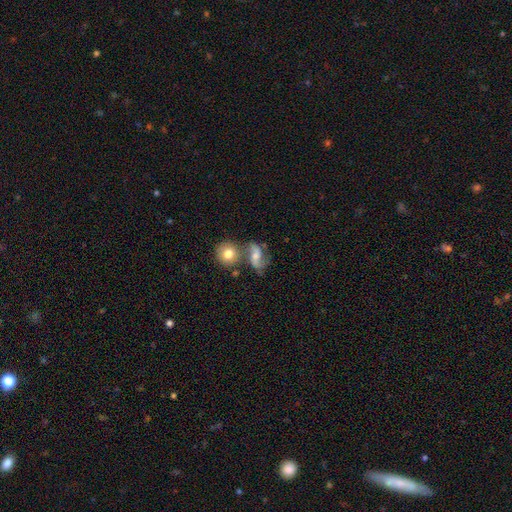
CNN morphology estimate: Smooth or featured?
  - featured or disk: 67% *
  - smooth: 24%
  - star or artifact: 9%
Edge-on disk?
  - no: 97% *
  - yes: 3%
Bar?
  - no: 44% *
  - weak: 42%
  - strong: 14%
Spiral arms?
  - yes: 91% *
  - no: 9%
Spiral winding?
  - loose: 56% *
  - medium: 36%
  - tight: 8%
Spiral arm count?
  - 2: 90% *
  - can't tell: 4%
  - 1: 3%
  - 3: 1%
  - 4: 1%
  - more than 4: 1%
Bulge size?
  - moderate: 50% *
  - small: 28%
  - large: 11%
  - none: 9%
  - dominant: 2%
Merging?
  - none: 46% *
  - merger: 27%
  - minor disturbance: 16%
  - major disturbance: 11%